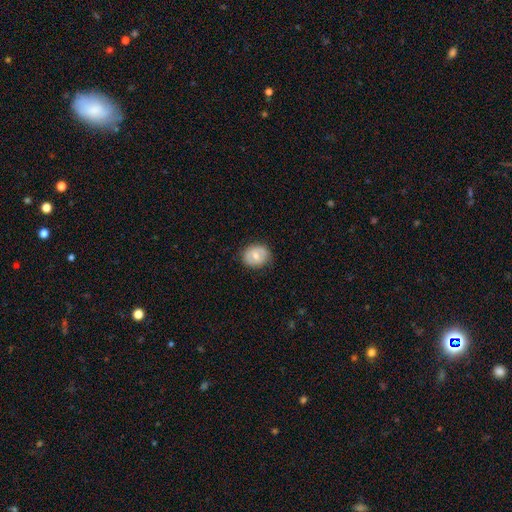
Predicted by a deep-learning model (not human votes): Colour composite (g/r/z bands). It shows a smooth galaxy with no disk features (58%) that is round (59%). Merging: none (81%).